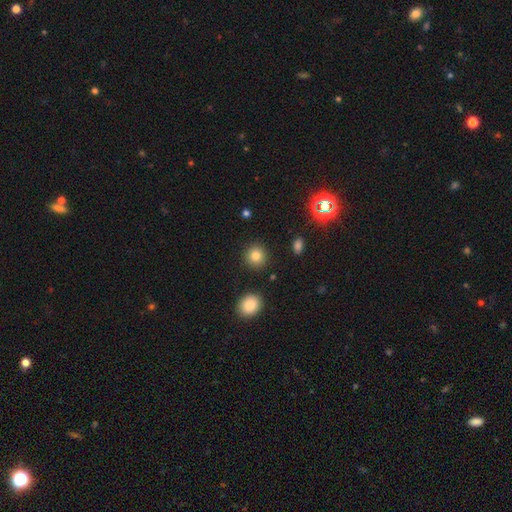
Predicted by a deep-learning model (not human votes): This appears to be a smooth galaxy with no disk features (83%) that is round (91%). Merging: none (90%).